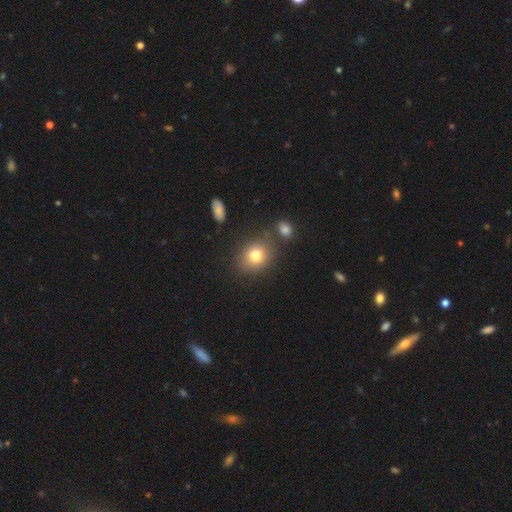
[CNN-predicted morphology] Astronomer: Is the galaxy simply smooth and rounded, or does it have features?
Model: smooth — 78%.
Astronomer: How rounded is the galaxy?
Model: round — 63%.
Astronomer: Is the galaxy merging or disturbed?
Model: none — 77%.